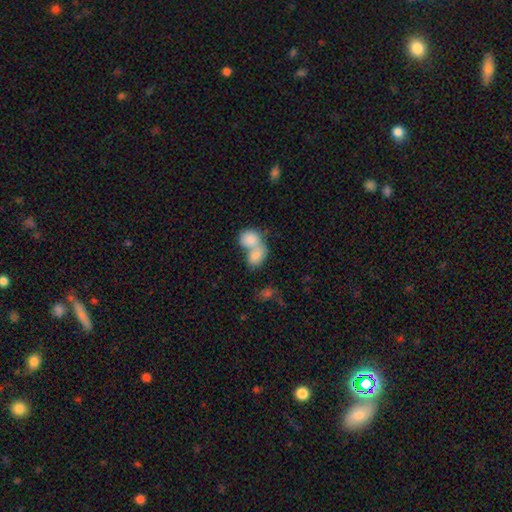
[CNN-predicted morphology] smooth_or_featured: smooth (p=0.81) [alt: featured or disk p=0.12]
how_rounded: in between (p=0.66) [alt: round p=0.32]
merging: merger (p=0.75) [alt: none p=0.17]